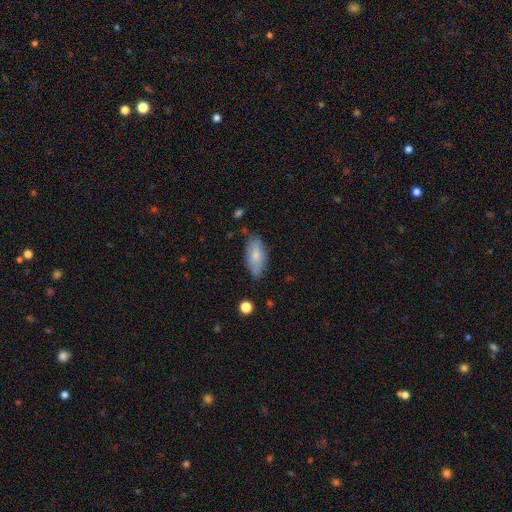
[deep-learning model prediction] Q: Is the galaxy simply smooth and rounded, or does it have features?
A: smooth — 75%.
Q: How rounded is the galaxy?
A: in between — 87%.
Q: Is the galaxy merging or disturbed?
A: none — 72%.